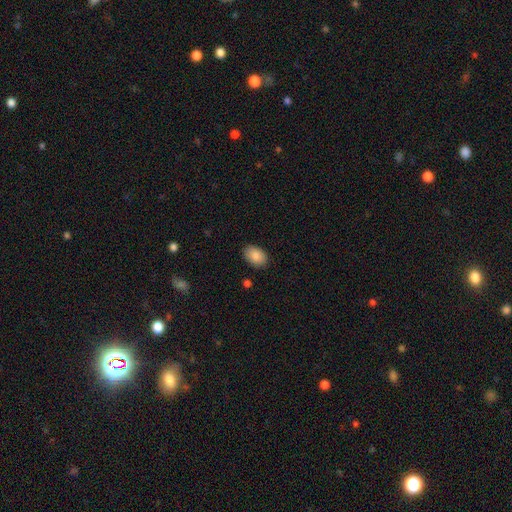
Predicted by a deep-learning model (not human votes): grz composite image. It shows a smooth galaxy with no disk features (87%) that is in between round and cigar-shaped (84%). Merging: none (87%).